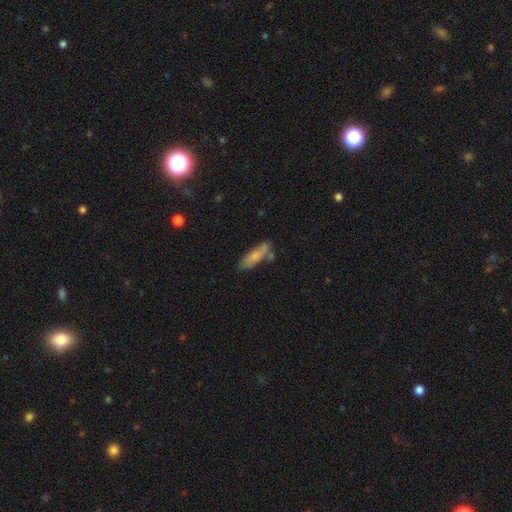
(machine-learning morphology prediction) This appears to be a smooth galaxy with no disk features (72%) that is cigar-shaped (56%). Merging: none (60%).